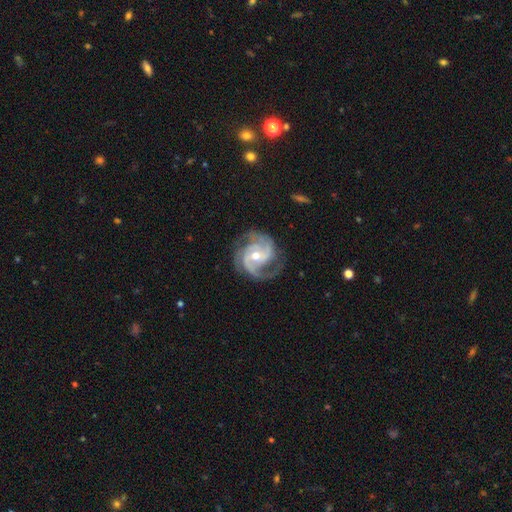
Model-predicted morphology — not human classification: This is clearly a featured or disk galaxy (92%). It is clearly not viewed edge-on (98%). Bar: possibly no (47%). Spiral arm pattern: clearly yes (98%). Spiral arm count: marginally 2 (42%). Spiral winding: possibly medium (51%). Central bulge: likely moderate (63%). Merging: likely none (75%).